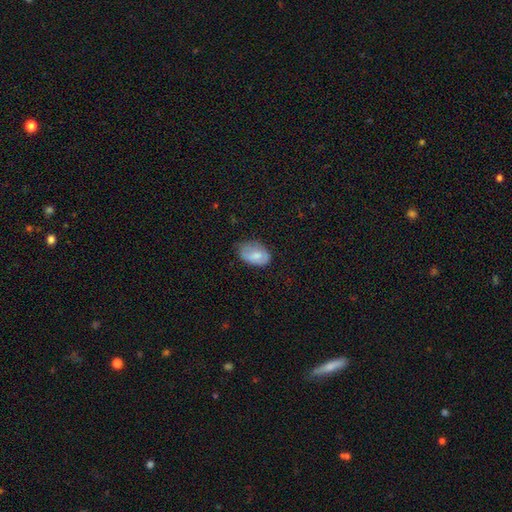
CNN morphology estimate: Smooth or featured? smooth (74%)
How rounded? in between (88%)
Merging? none (54%)